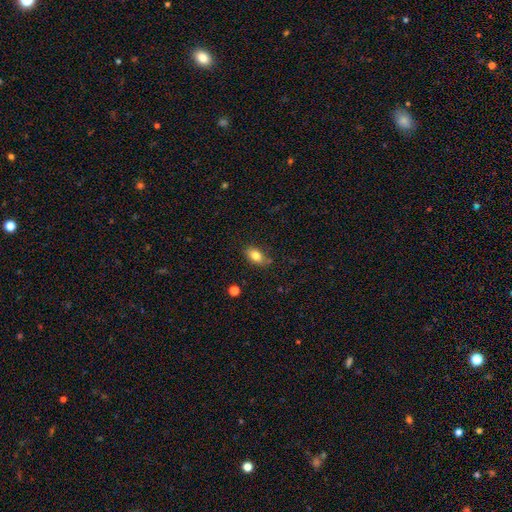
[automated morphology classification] smooth_or_featured: smooth (p=0.80) [alt: featured or disk p=0.11]
how_rounded: in between (p=0.87) [alt: round p=0.09]
merging: none (p=0.77) [alt: minor disturbance p=0.17]